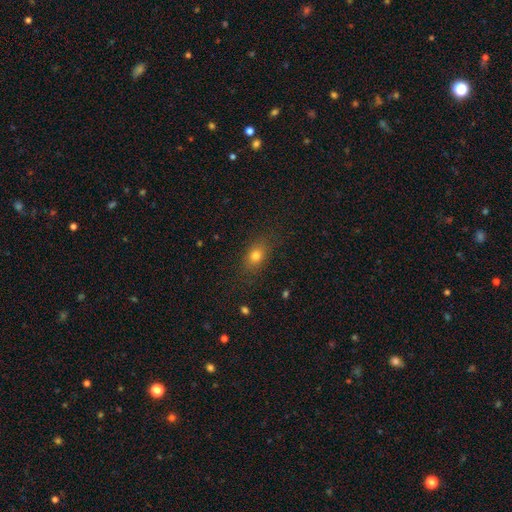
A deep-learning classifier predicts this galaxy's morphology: Smooth or featured?
  - smooth: 78% *
  - star or artifact: 12%
  - featured or disk: 10%
How rounded?
  - in between: 71% *
  - round: 24%
  - cigar-shaped: 5%
Merging?
  - none: 81% *
  - minor disturbance: 13%
  - major disturbance: 4%
  - merger: 1%